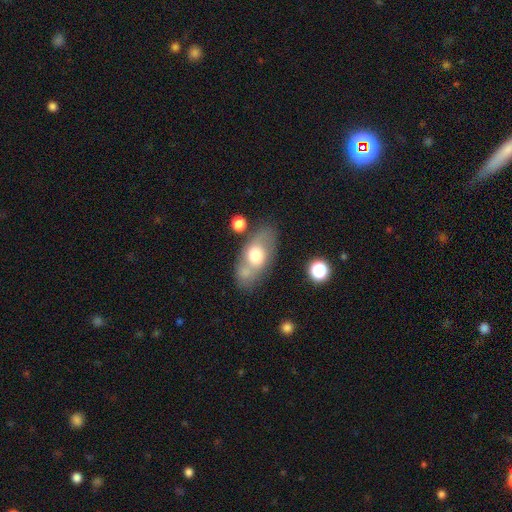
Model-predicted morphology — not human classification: Smooth or featured: smooth — 56% (featured or disk — 36%)
How rounded: in between — 86% (round — 9%)
Merging: none — 60% (minor disturbance — 18%)